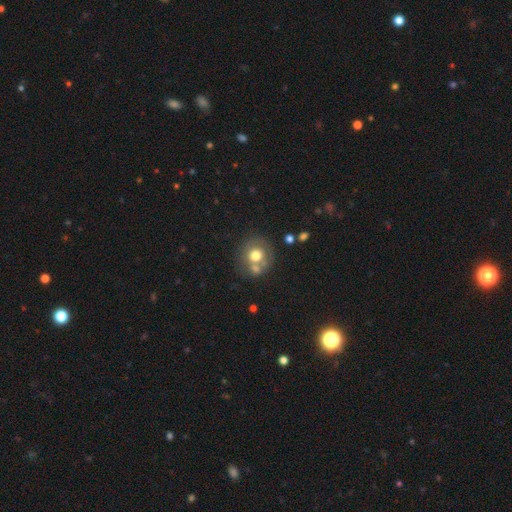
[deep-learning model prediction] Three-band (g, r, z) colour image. It shows a smooth galaxy with no disk features (66%) that is round (84%). Merging: none (54%).